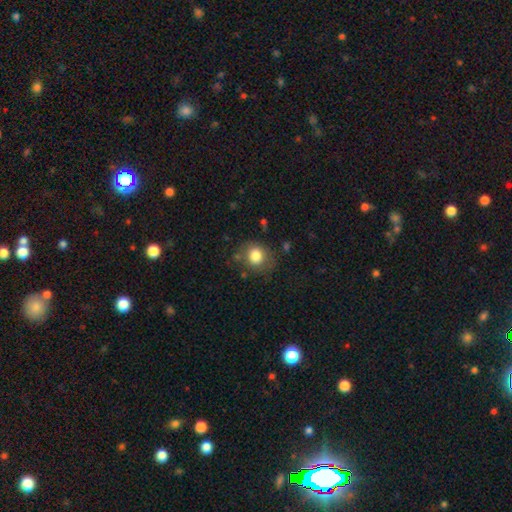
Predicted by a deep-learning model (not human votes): Q: Smooth or featured?
A: smooth (82%); runner-up: star or artifact (9%)
Q: How rounded?
A: round (73%); runner-up: in between (26%)
Q: Merging?
A: none (73%); runner-up: minor disturbance (17%)